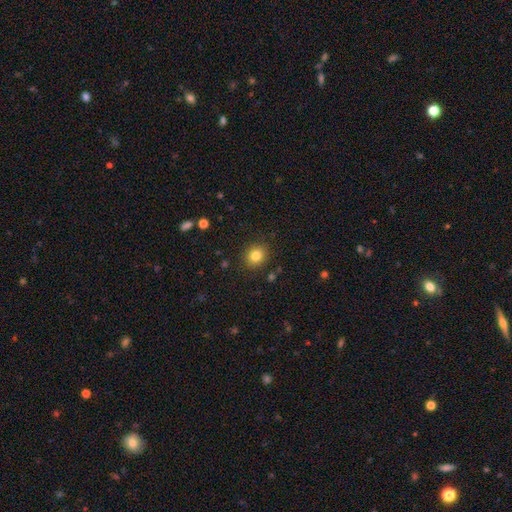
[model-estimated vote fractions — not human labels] This is clearly a smooth galaxy (82%). How rounded: likely round (75%). Merging: clearly none (89%).